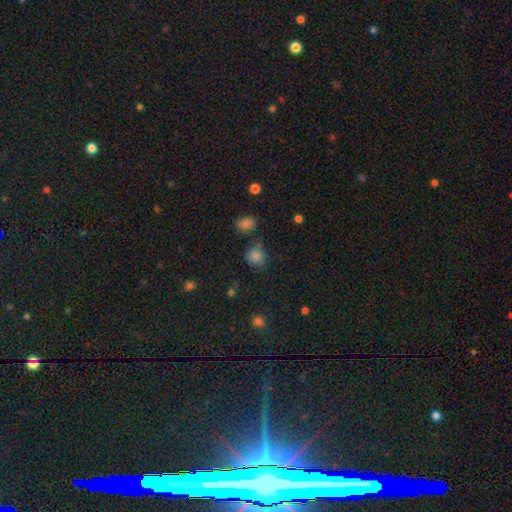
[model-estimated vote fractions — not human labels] Overall: smooth (78%). How rounded: round (84%). Merging: none (72%).